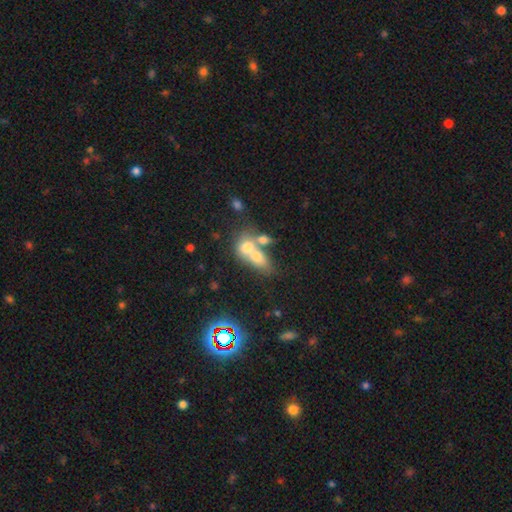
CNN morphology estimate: type=smooth (61%); roundness=in between (65%); merging=merger (67%).